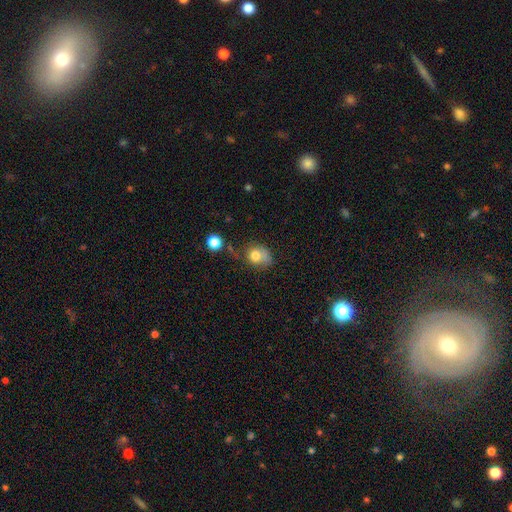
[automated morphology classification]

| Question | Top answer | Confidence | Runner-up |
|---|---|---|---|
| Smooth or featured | smooth | 75% | featured or disk (14%) |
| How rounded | round | 55% | in between (44%) |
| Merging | none | 40% | minor disturbance (30%) |